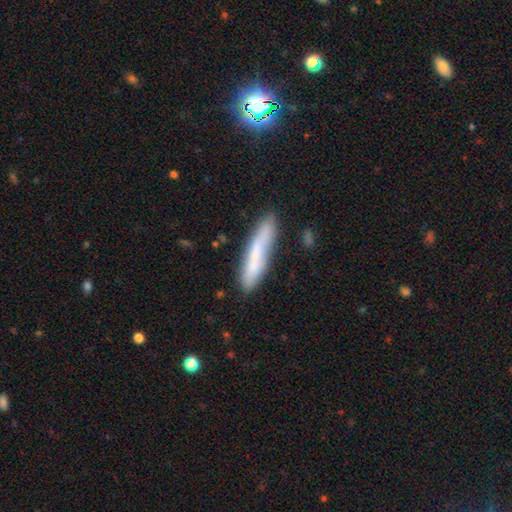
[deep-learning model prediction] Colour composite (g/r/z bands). It shows a smooth galaxy with no disk features (64%) that is cigar-shaped (88%). Merging: none (72%).